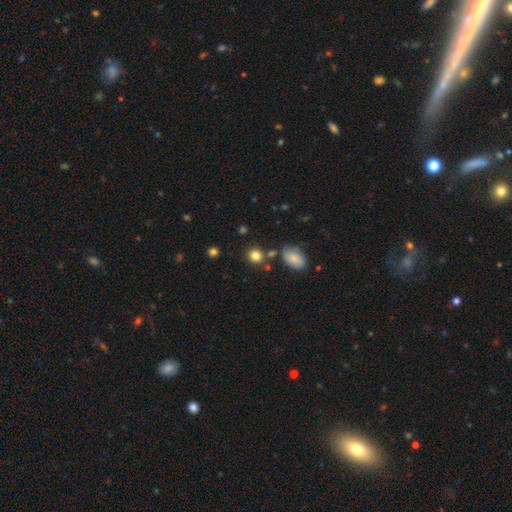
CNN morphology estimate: smooth 83%, star or artifact 11%, featured or disk 6%. Down the decision tree: how rounded — round (81%); merging — none (78%).